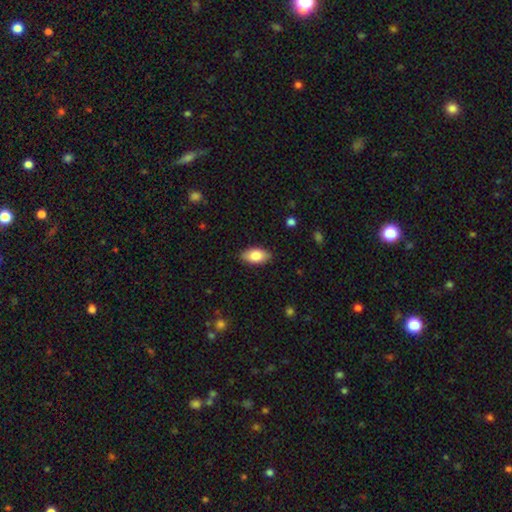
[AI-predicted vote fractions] Overall: smooth (82%). How rounded: in between (93%). Merging: none (87%).